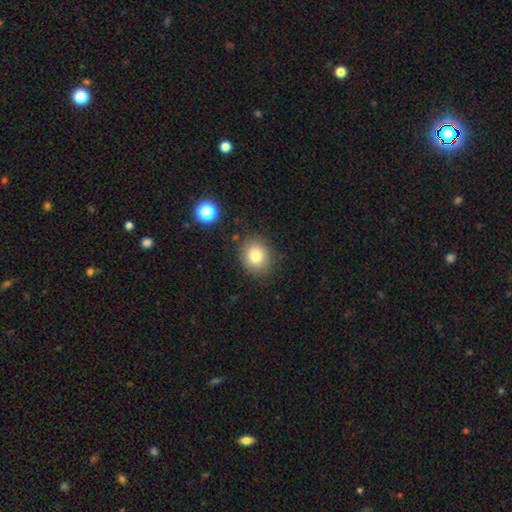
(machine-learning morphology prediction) A smooth galaxy with no disk features (81%) that is round (68%).

Vote fractions:
- Smooth or featured? smooth: 81% / star or artifact: 11% / featured or disk: 8%
- How rounded? round: 68% / in between: 31% / cigar-shaped: 1%
- Merging? none: 82% / minor disturbance: 12% / major disturbance: 4% / merger: 3%